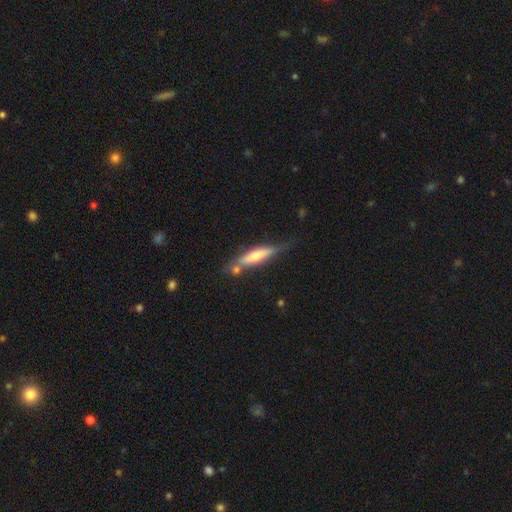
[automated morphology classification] Smooth or featured? Predicted: smooth (p=0.47, tied with featured or disk). Merging? Predicted: none (p=0.56).